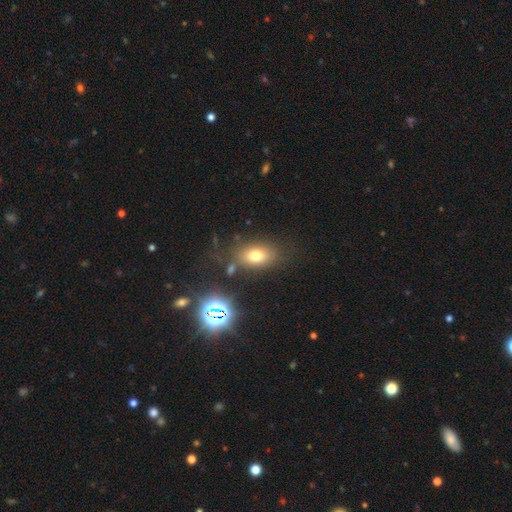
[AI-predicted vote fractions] The model was most divided on "smooth or featured": smooth: 70%, star or artifact: 17%, featured or disk: 13%. More confident: how rounded — in between (78%); merging — none (74%).